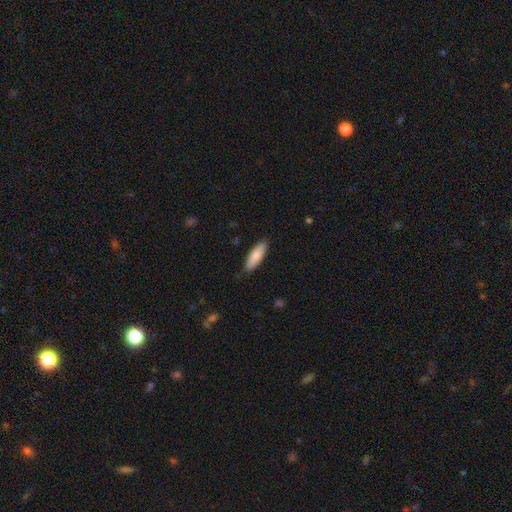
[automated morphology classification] The model was most divided on "how rounded": in between: 58%, cigar-shaped: 40%, round: 2%. More confident: merging — none (86%); smooth or featured — smooth (80%).